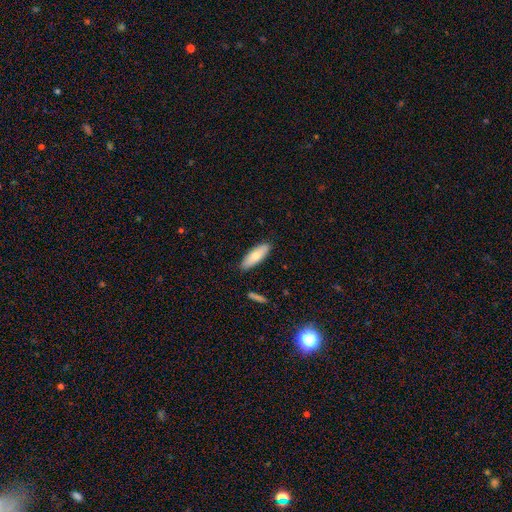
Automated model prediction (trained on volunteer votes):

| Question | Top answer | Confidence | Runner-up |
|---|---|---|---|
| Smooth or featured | smooth | 73% | featured or disk (21%) |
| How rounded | in between | 61% | cigar-shaped (37%) |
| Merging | none | 87% | minor disturbance (10%) |